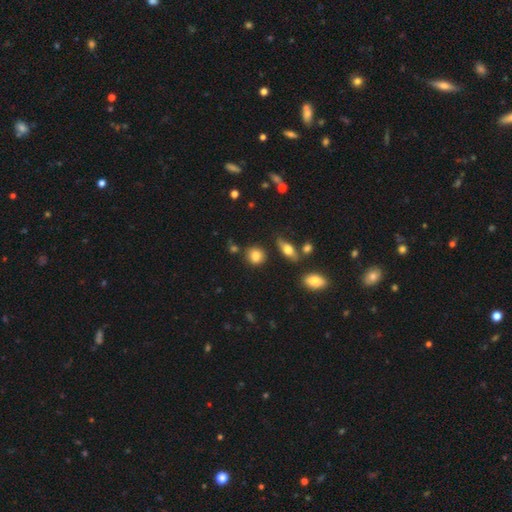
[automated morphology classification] Smooth or featured: smooth — 82% (star or artifact — 10%)
How rounded: round — 78% (in between — 20%)
Merging: none — 79% (minor disturbance — 12%)